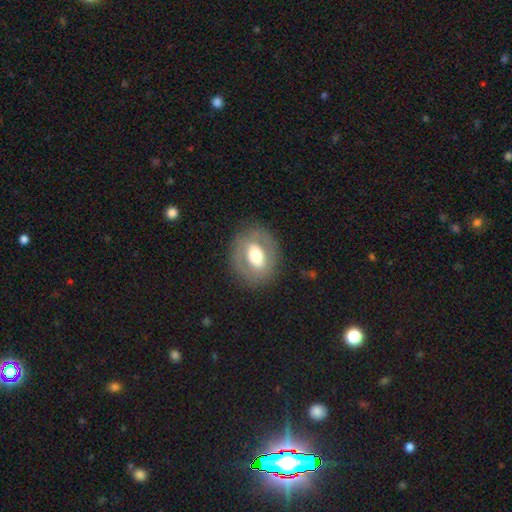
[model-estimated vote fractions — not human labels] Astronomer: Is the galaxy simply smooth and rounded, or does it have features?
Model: featured or disk — 48% (runner-up: smooth, 45%).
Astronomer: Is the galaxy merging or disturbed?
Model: none — 81%.